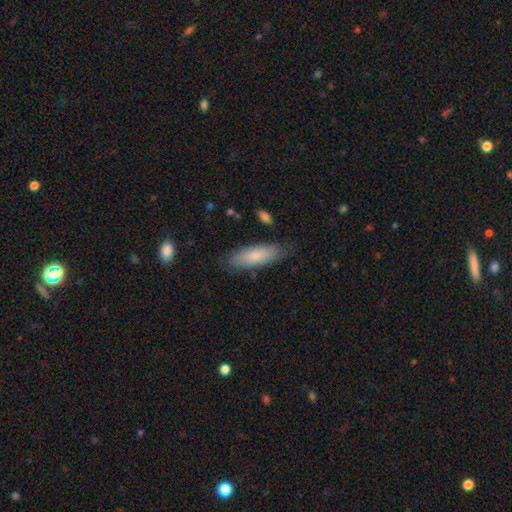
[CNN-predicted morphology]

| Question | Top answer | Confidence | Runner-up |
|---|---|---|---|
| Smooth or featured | smooth | 79% | featured or disk (16%) |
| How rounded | in between | 60% | cigar-shaped (38%) |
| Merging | none | 78% | minor disturbance (17%) |